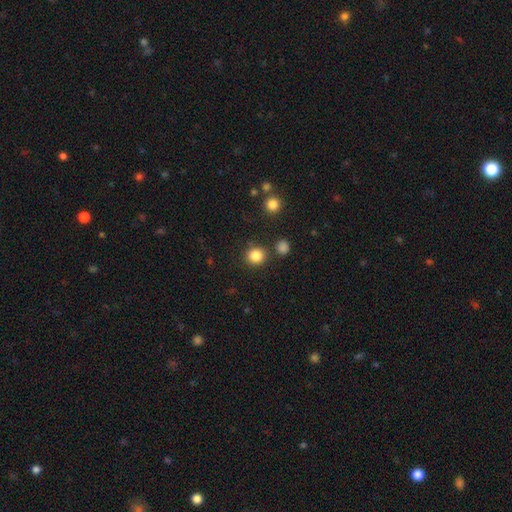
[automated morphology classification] Smooth or featured? Predicted: smooth (p=0.84). How rounded? Predicted: round (p=0.88). Merging? Predicted: none (p=0.84).